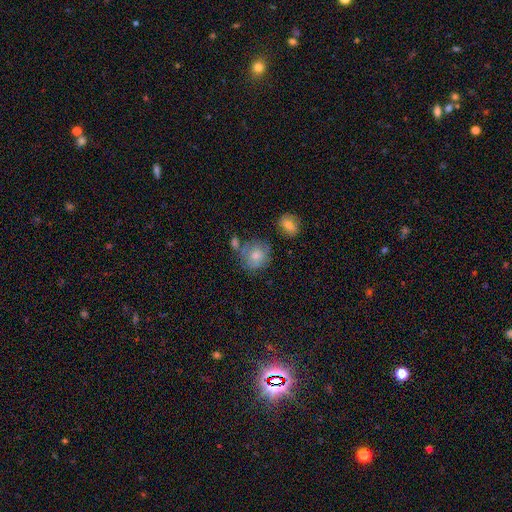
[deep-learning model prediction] smooth-or-featured: smooth: 73% | featured or disk: 19% | star or artifact: 8%
  how-rounded: round: 79% | in between: 20% | cigar-shaped: 1%
  merging: none: 57% | minor disturbance: 22% | merger: 13% | major disturbance: 8%